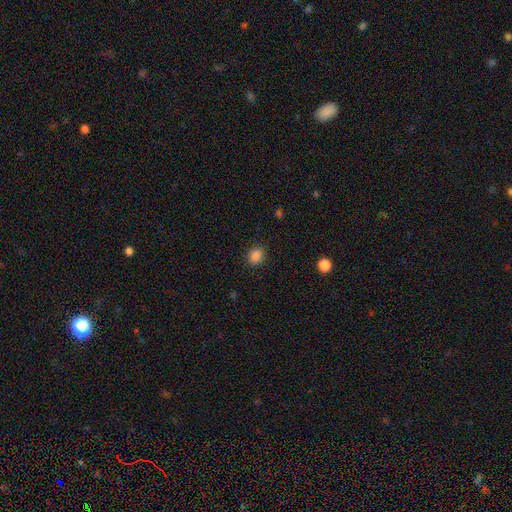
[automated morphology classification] smooth-or-featured: smooth: 86% | star or artifact: 11% | featured or disk: 3%
  how-rounded: round: 68% | in between: 31% | cigar-shaped: 1%
  merging: none: 88% | minor disturbance: 8% | major disturbance: 2% | merger: 1%